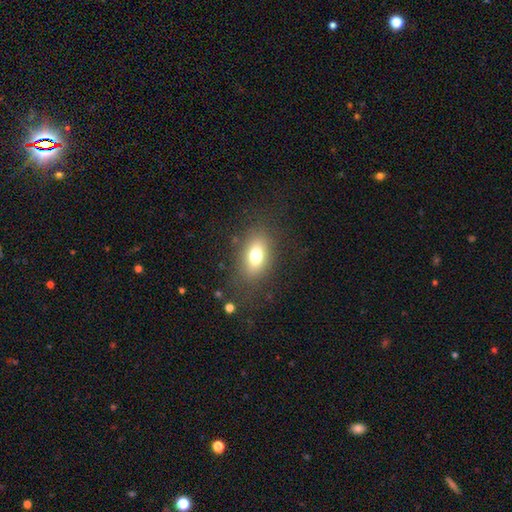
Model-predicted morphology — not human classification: Smooth or featured? Predicted: smooth (p=0.72). How rounded? Predicted: in between (p=0.81). Merging? Predicted: none (p=0.81).